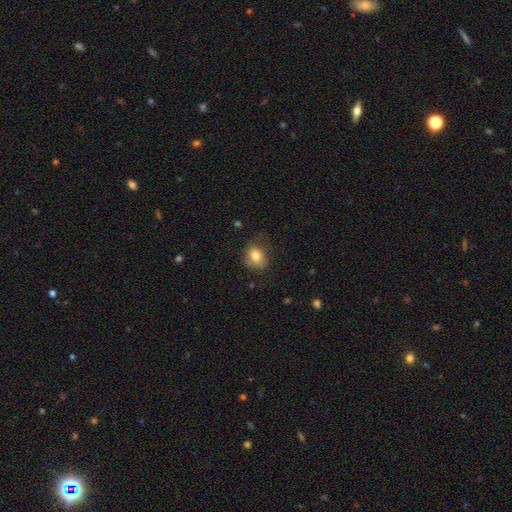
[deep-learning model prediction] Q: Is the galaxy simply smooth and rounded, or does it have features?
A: smooth — 79%.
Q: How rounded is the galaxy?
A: in between — 63%.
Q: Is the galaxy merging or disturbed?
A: none — 62%.